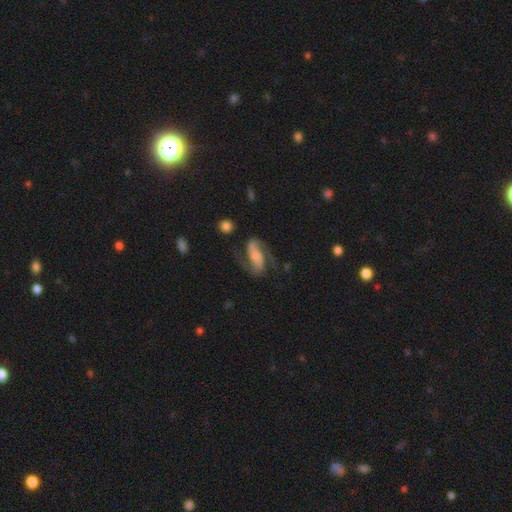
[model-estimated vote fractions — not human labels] smooth-or-featured: featured or disk: 82% | smooth: 11% | star or artifact: 6%
  disk-edge-on: no: 97% | yes: 3%
    bar: no: 37% | weak: 34% | strong: 29%
    has-spiral-arms: yes: 96% | no: 4%
      spiral-winding: medium: 48% | loose: 38% | tight: 14%
      spiral-arm-count: 2: 92% | 1: 2% | can't tell: 2% | 3: 1% | 4: 1% | more than 4: 1%
    bulge-size: none: 37% | small: 21% | large: 19% | moderate: 18% | dominant: 5%
  merging: none: 64% | minor disturbance: 18% | major disturbance: 16% | merger: 3%